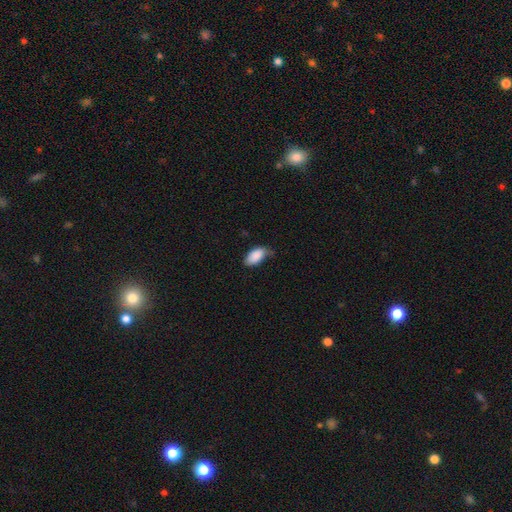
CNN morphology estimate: Q: Smooth or featured?
A: smooth (89%); runner-up: star or artifact (7%)
Q: How rounded?
A: in between (94%); runner-up: round (3%)
Q: Merging?
A: none (59%); runner-up: minor disturbance (33%)